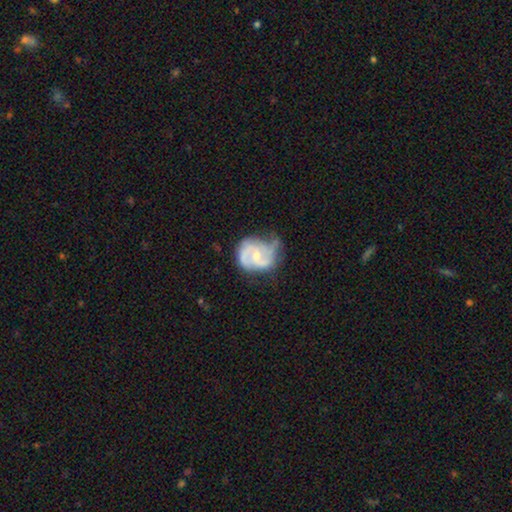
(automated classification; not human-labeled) This is likely a featured or disk galaxy (78%). It is clearly not viewed edge-on (98%). Bar: possibly no (55%). Spiral arm pattern: clearly yes (90%). Spiral arm count: likely 2 (67%). Spiral winding: possibly medium (48%). Central bulge: possibly moderate (52%). Merging: marginally none (38%).